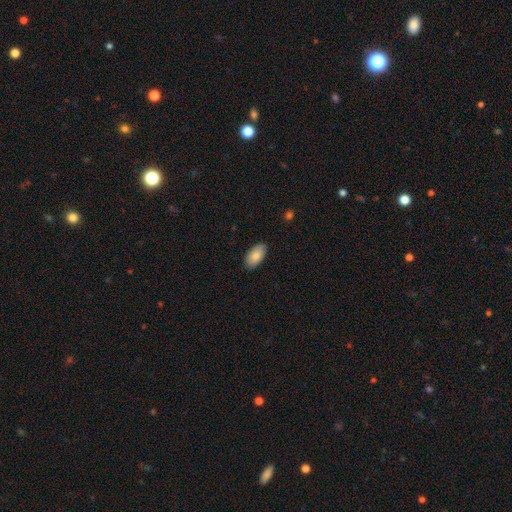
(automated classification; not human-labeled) Overall: smooth (85%). How rounded: in between (95%). Merging: none (87%).